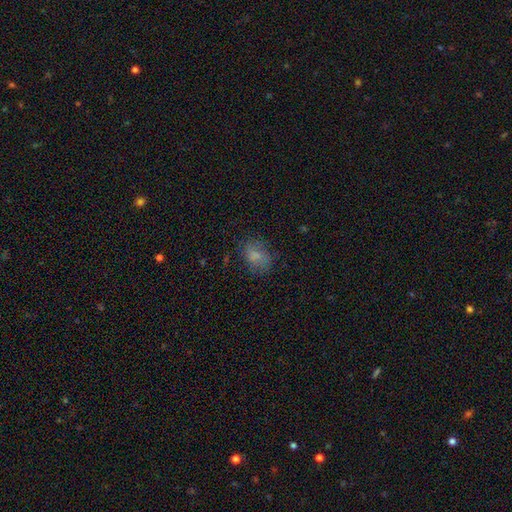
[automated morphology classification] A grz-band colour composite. It shows a smooth galaxy with no disk features (72%) that is in between round and cigar-shaped (70%). Merging: none (68%).